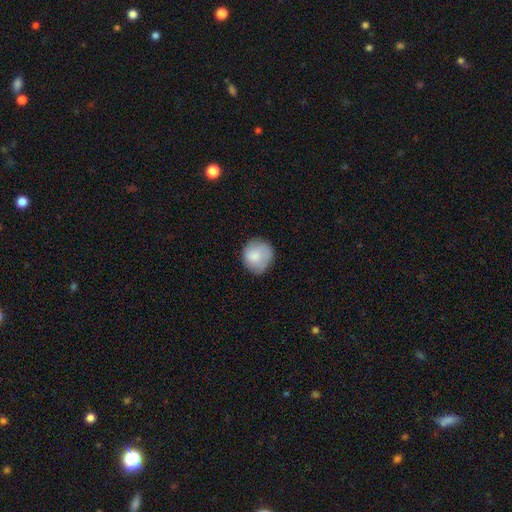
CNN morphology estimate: Smooth or featured? Predicted: smooth (p=0.82). How rounded? Predicted: round (p=0.83). Merging? Predicted: none (p=0.72).